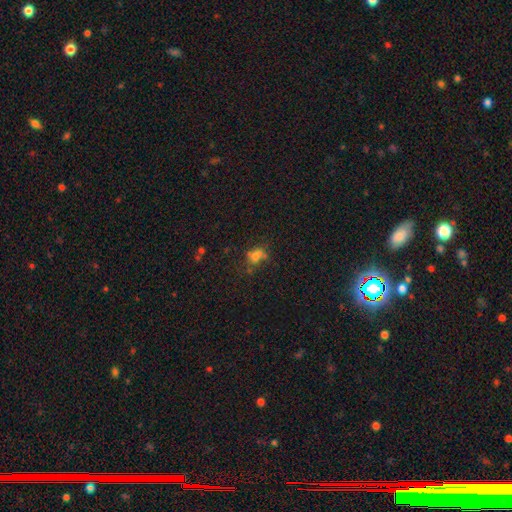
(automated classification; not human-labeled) This appears to be a smooth galaxy with no disk features (61%) that is in between round and cigar-shaped (52%). Merging: none (45%).